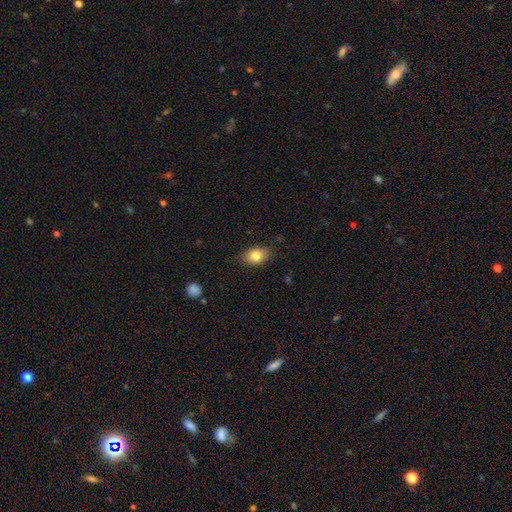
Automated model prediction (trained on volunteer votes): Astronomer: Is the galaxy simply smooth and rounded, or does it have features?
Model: smooth — 81%.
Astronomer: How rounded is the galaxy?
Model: in between — 84%.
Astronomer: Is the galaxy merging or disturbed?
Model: none — 83%.